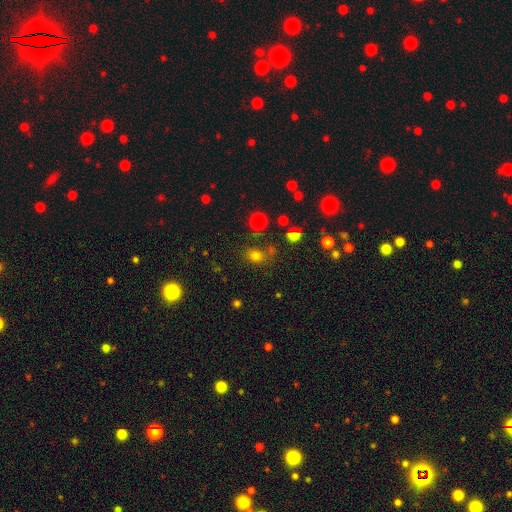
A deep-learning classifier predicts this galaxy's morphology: Smooth or featured: smooth — 74% (star or artifact — 20%)
How rounded: round — 66% (in between — 33%)
Merging: none — 69% (minor disturbance — 13%)